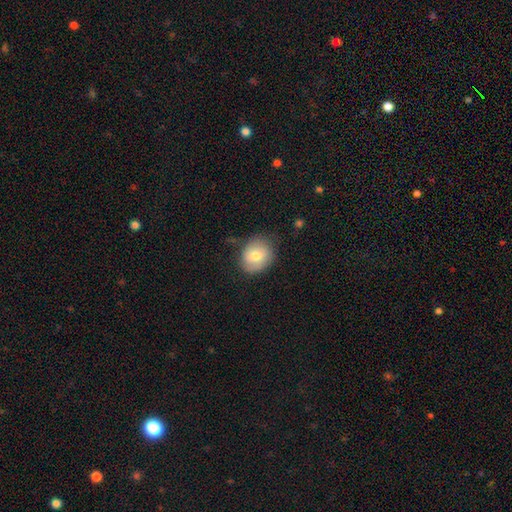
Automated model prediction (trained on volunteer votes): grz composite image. It shows a smooth galaxy with no disk features (75%) that is round (62%). Merging: none (72%).